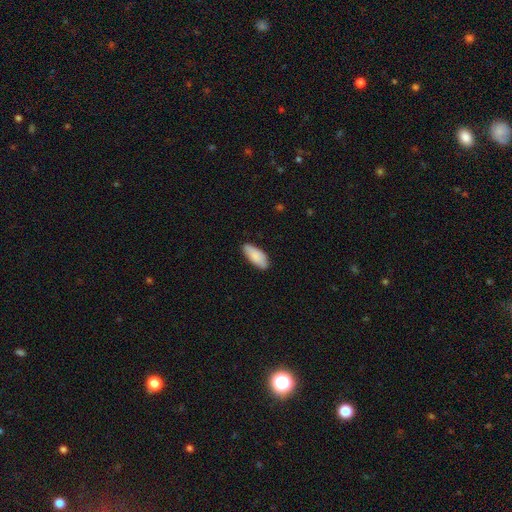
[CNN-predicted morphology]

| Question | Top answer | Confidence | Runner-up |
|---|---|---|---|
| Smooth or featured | smooth | 86% | featured or disk (8%) |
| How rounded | in between | 83% | cigar-shaped (15%) |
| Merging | none | 79% | minor disturbance (17%) |